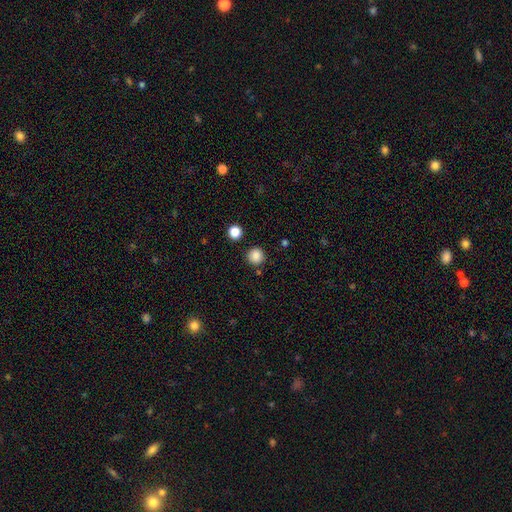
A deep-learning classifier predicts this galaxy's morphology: Smooth or featured? smooth (86%)
How rounded? round (94%)
Merging? none (88%)